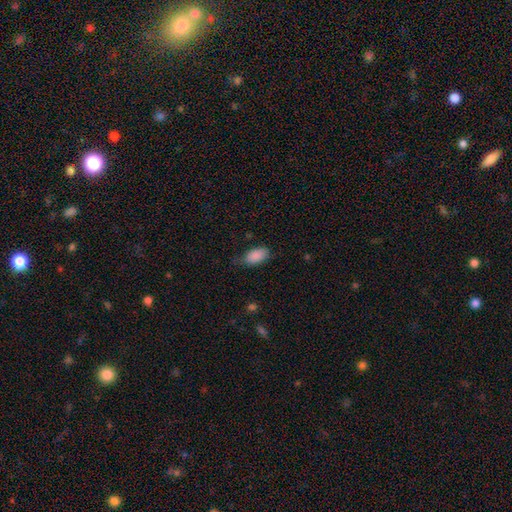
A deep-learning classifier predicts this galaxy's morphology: Q: Smooth or featured?
A: smooth (88%); runner-up: star or artifact (7%)
Q: How rounded?
A: in between (93%); runner-up: cigar-shaped (4%)
Q: Merging?
A: none (65%); runner-up: minor disturbance (27%)